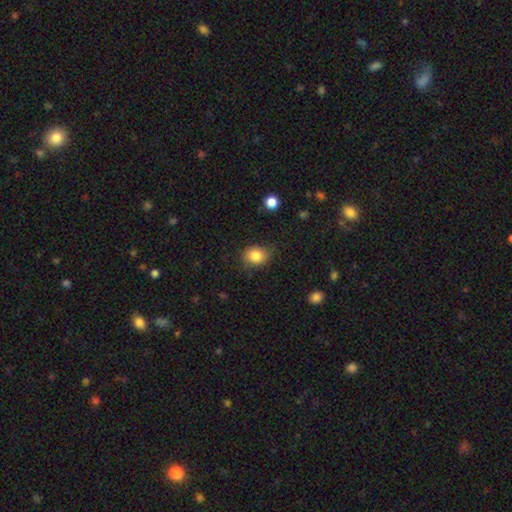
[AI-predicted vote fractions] A smooth galaxy with no disk features (84%) that is round (60%). Merging: none (75%).